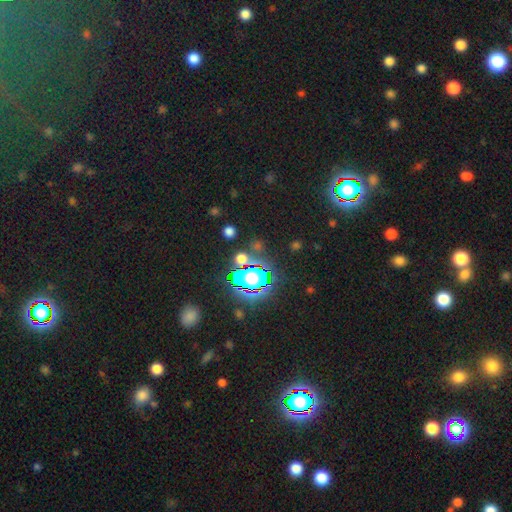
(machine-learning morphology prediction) This appears to be a star or artifact, not a galaxy (81%).